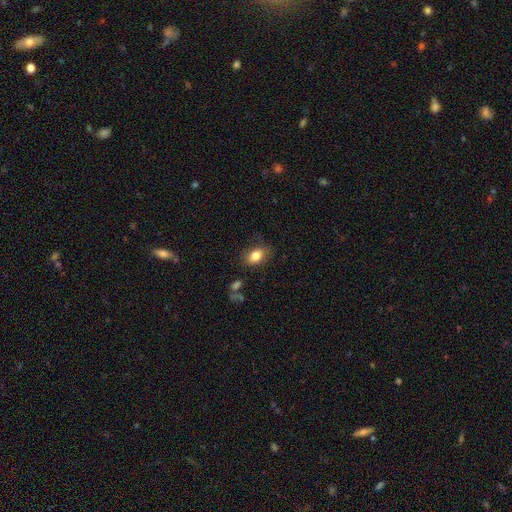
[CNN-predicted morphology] This appears to be a smooth galaxy with no disk features (83%) that is in between round and cigar-shaped (84%). Merging: none (79%).